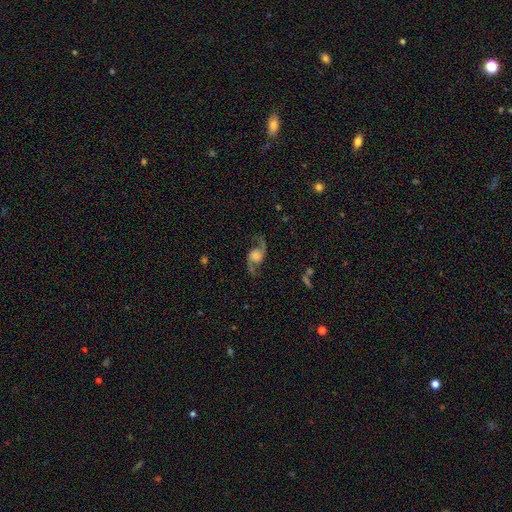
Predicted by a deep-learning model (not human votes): This is clearly a featured or disk galaxy (87%). It is clearly not viewed edge-on (97%). Bar: likely no (64%). Spiral arm pattern: clearly yes (97%). Spiral arm count: clearly 2 (94%). Spiral winding: likely loose (73%). Central bulge: marginally large (30%). Merging: likely none (77%).